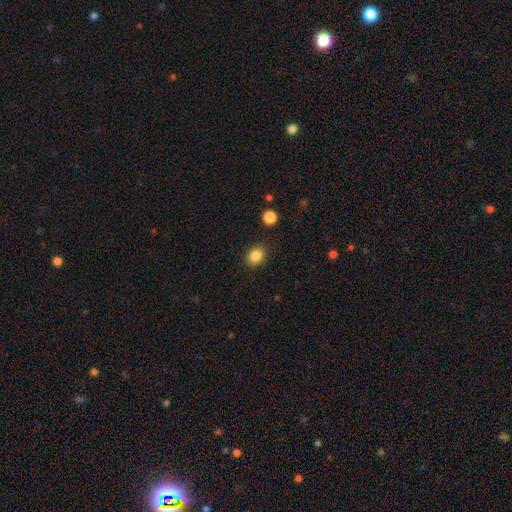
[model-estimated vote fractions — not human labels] A smooth galaxy with no disk features (85%) that is round (59%). Merging: none (87%).